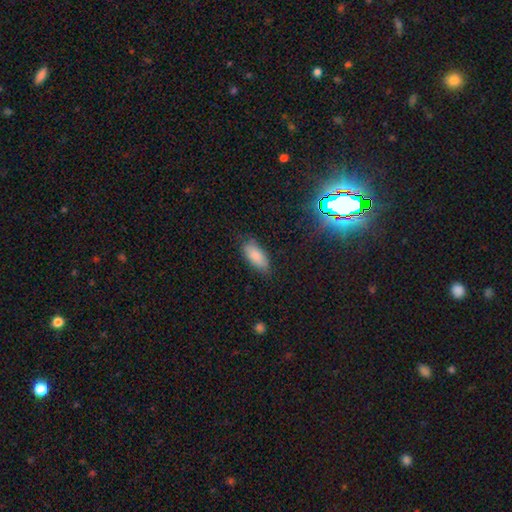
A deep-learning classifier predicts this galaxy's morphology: Smooth or featured?
  - smooth: 85% *
  - star or artifact: 8%
  - featured or disk: 7%
How rounded?
  - in between: 86% *
  - cigar-shaped: 12%
  - round: 2%
Merging?
  - none: 78% *
  - minor disturbance: 17%
  - major disturbance: 4%
  - merger: 1%